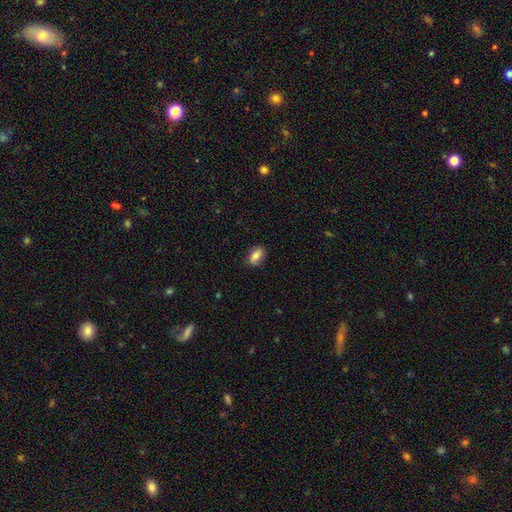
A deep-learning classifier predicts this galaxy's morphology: type=smooth (80%); roundness=in between (86%); merging=none (83%).